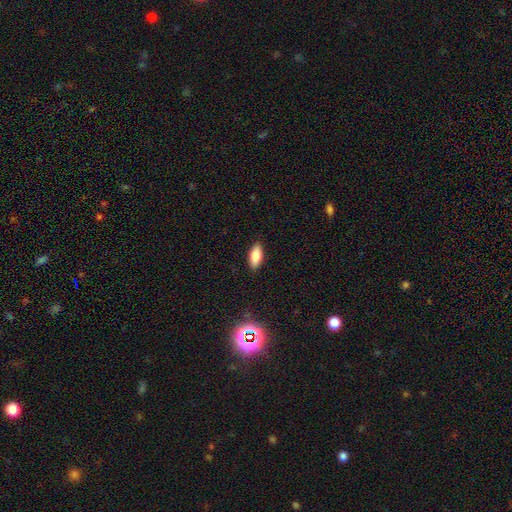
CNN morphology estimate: type=smooth (80%); roundness=in between (83%); merging=none (89%).